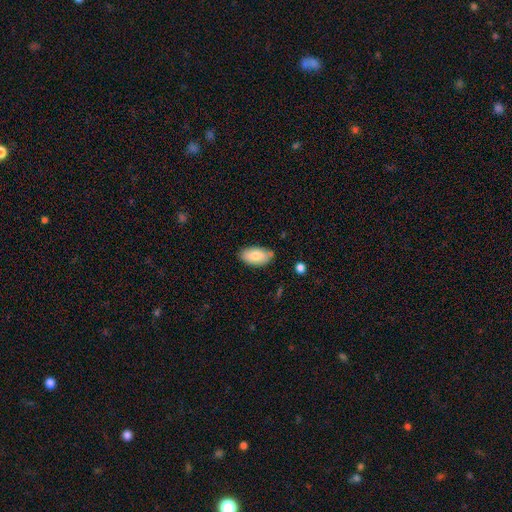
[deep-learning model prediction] This is clearly a smooth galaxy (82%). How rounded: clearly in between (95%). Merging: likely none (75%).